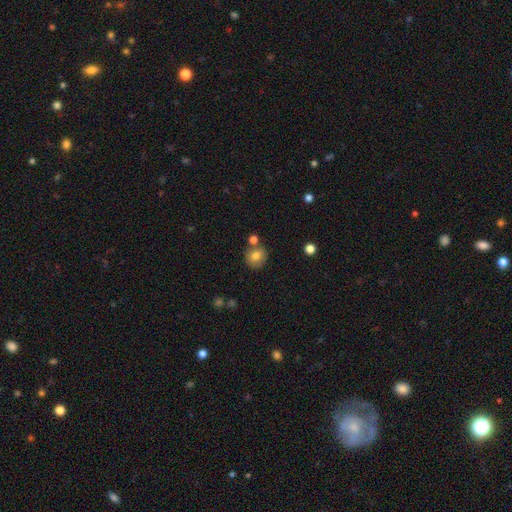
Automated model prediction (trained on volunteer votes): The model was most divided on "merging": none: 73%, merger: 14%, minor disturbance: 10%, major disturbance: 3%. More confident: how rounded — round (85%); smooth or featured — smooth (79%).